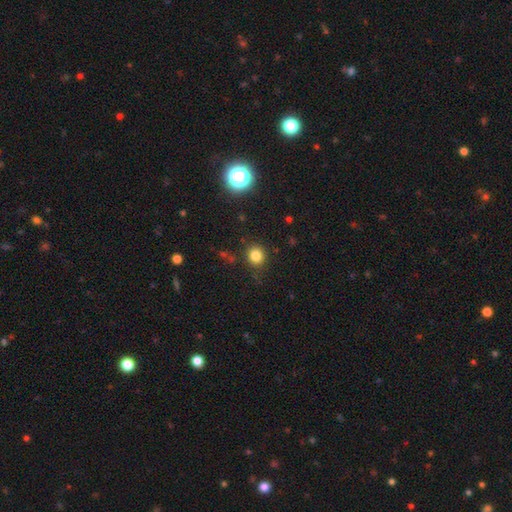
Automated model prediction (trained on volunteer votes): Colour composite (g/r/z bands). It shows a smooth galaxy with no disk features (80%) that is round (85%). Merging: none (85%).